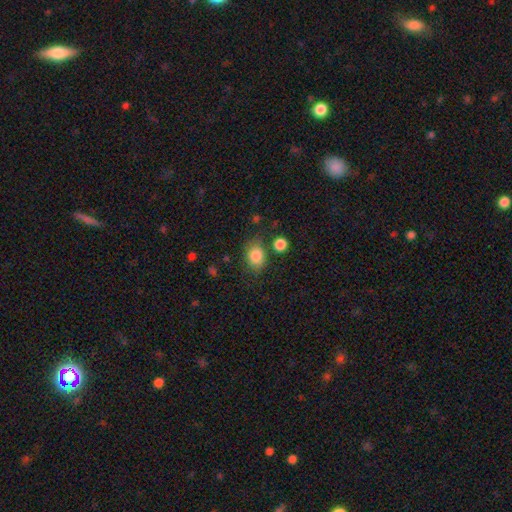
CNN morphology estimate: Smooth or featured? Predicted: smooth (p=0.84). How rounded? Predicted: in between (p=0.62). Merging? Predicted: none (p=0.71).